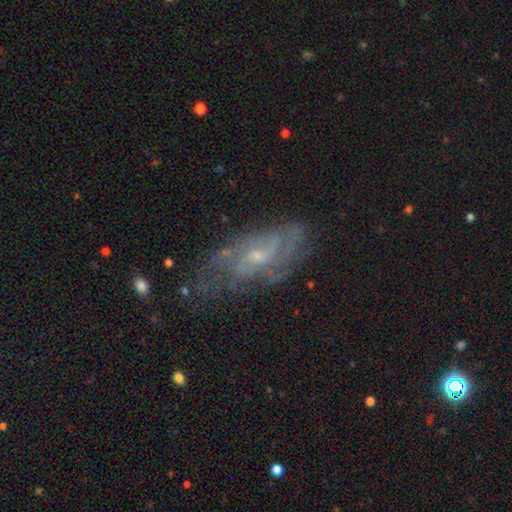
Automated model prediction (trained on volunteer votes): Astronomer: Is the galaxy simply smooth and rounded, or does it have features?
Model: featured or disk — 75%.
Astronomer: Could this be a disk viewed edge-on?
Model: no — 92%.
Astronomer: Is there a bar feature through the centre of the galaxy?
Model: no — 55% (runner-up: weak, 38%).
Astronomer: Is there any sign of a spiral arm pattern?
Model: yes — 86%.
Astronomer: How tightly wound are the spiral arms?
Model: medium — 42% (runner-up: tight, 41%).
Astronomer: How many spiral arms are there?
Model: can't tell — 41% (runner-up: 2, 31%).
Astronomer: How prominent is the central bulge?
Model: small — 63%.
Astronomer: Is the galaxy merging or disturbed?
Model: none — 65%.